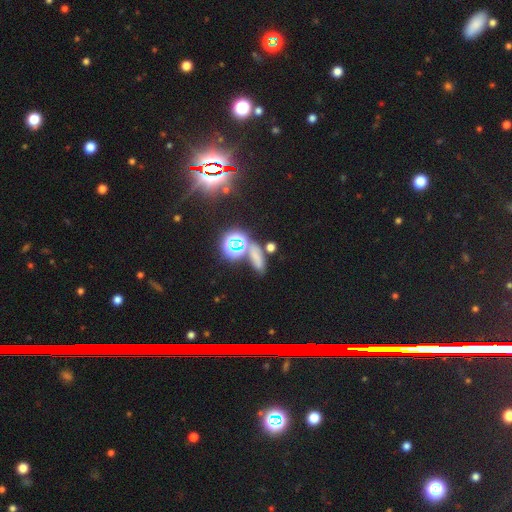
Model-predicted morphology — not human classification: Smooth or featured: smooth — 51% (star or artifact — 38%)
How rounded: in between — 46% (cigar-shaped — 30%)
Merging: none — 59% (merger — 19%)